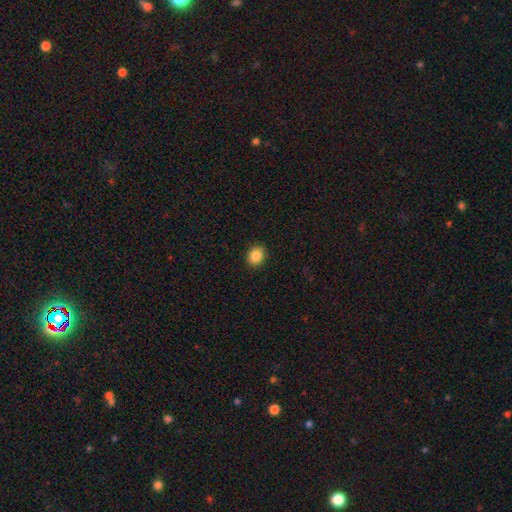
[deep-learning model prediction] This is clearly a smooth galaxy (87%). How rounded: possibly round (54%). Merging: clearly none (91%).